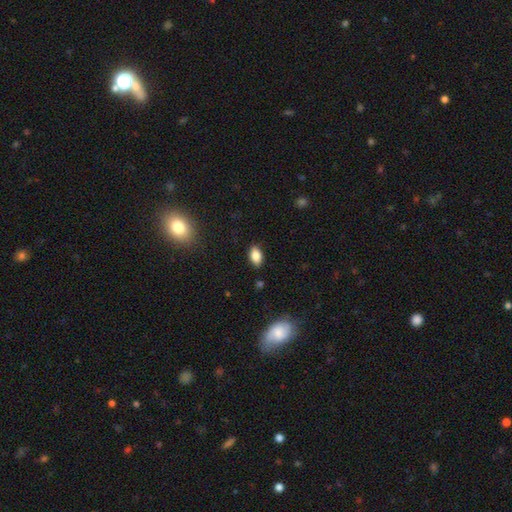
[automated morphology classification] smooth 83%, star or artifact 9%, featured or disk 8%. Down the decision tree: how rounded — in between (90%); merging — none (86%).